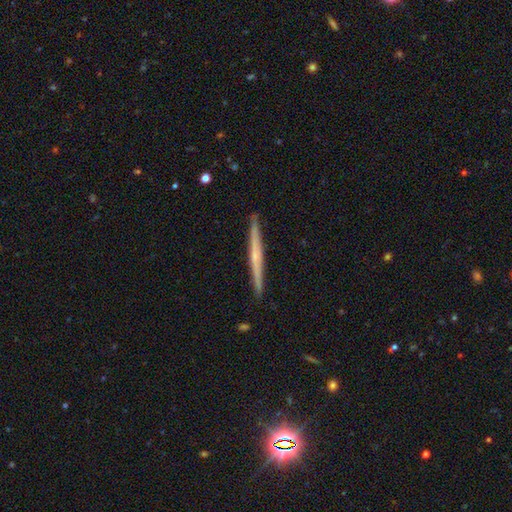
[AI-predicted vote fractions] smooth_or_featured: featured or disk (p=0.63) [alt: smooth p=0.31]
disk_edge_on: yes (p=0.98) [alt: no p=0.02]
edge_on_bulge: none (p=0.58) [alt: rounded p=0.35]
merging: none (p=0.92) [alt: minor disturbance p=0.06]